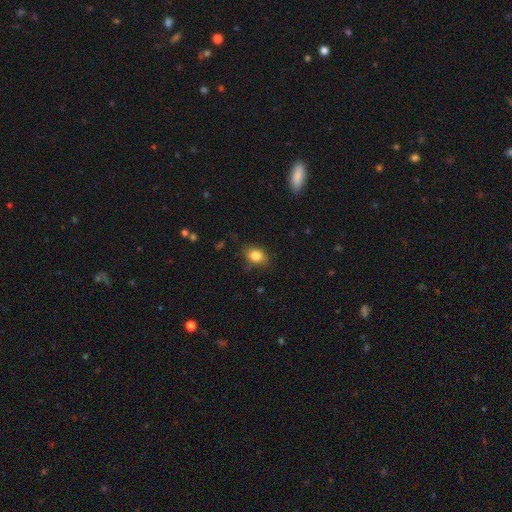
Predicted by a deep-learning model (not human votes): Overall: smooth (84%). How rounded: in between (65%; round 34%). Merging: none (76%).